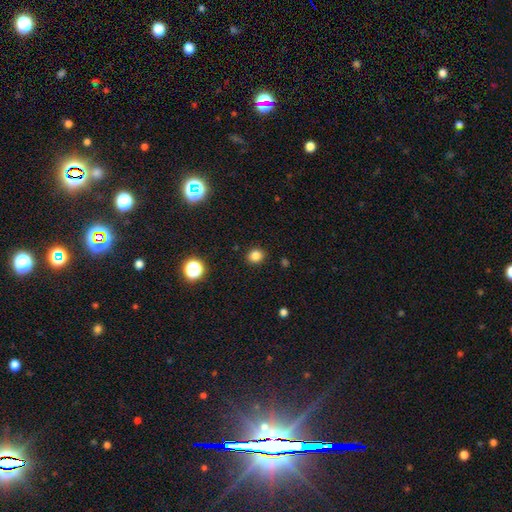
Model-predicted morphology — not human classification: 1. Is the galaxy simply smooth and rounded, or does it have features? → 83% smooth, 13% star or artifact, 4% featured or disk.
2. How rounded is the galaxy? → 75% round, 24% in between, 1% cigar-shaped.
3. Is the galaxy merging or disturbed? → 91% none, 6% minor disturbance, 2% major disturbance, 1% merger.